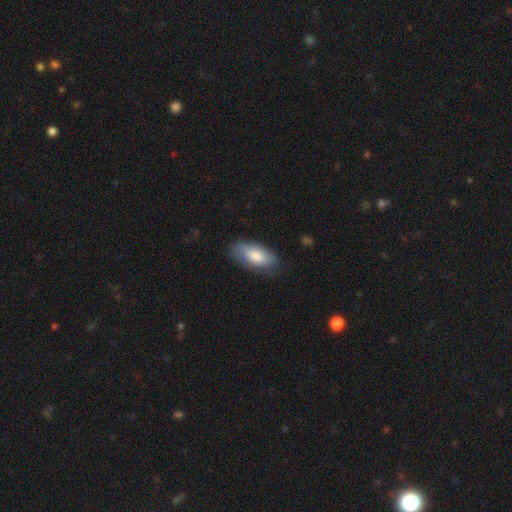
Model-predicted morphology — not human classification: A smooth galaxy with no disk features (78%) that is in between round and cigar-shaped (90%). Merging: none (75%).